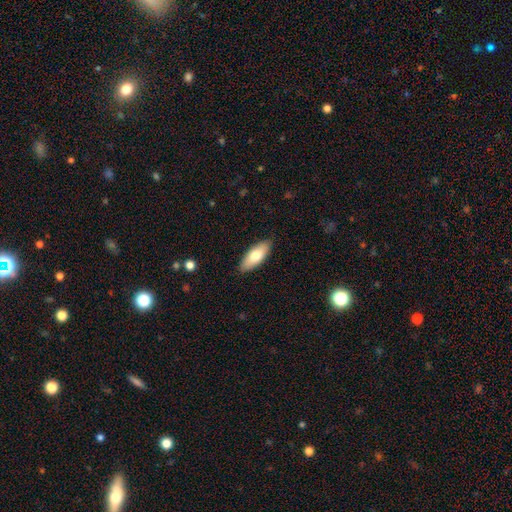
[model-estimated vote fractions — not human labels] A smooth galaxy with no disk features (75%) that is in between round and cigar-shaped (80%). Merging: none (87%).